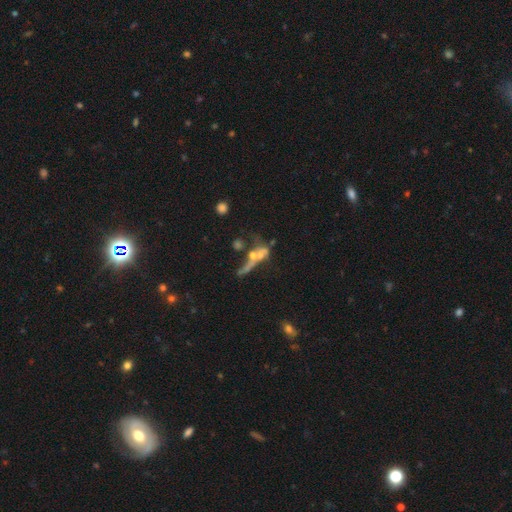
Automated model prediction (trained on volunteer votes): The model was most divided on "smooth or featured": featured or disk: 50%, smooth: 35%, star or artifact: 15%. Remaining: merging — merger (49%).